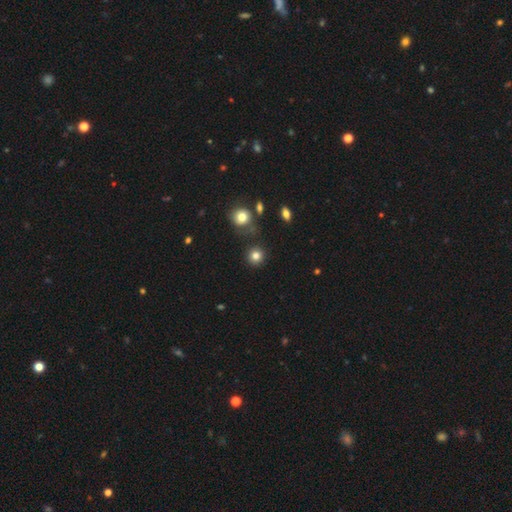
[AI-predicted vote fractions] smooth_or_featured: smooth (p=0.82) [alt: star or artifact p=0.12]
how_rounded: round (p=0.92) [alt: in between p=0.07]
merging: none (p=0.85) [alt: minor disturbance p=0.08]